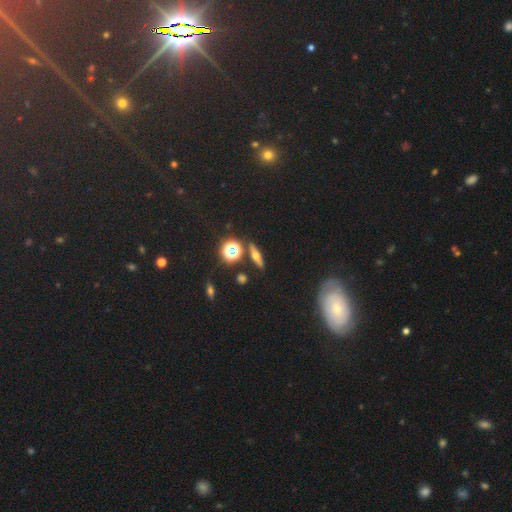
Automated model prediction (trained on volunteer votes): Morphology: type=featured or disk (48%); merging=none (86%).